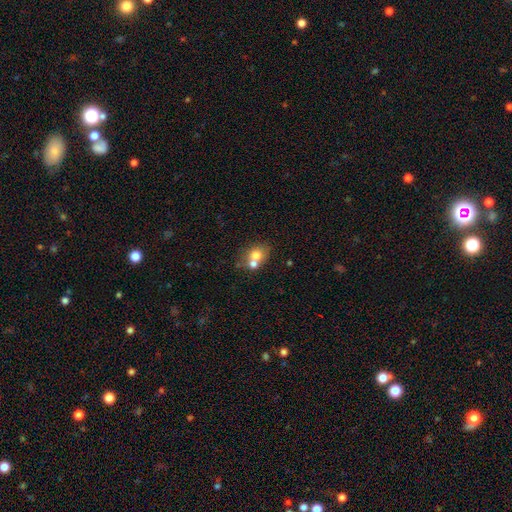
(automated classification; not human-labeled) smooth 69%, featured or disk 19%, star or artifact 11%. Down the decision tree: how rounded — round (56%); merging — merger (51%).